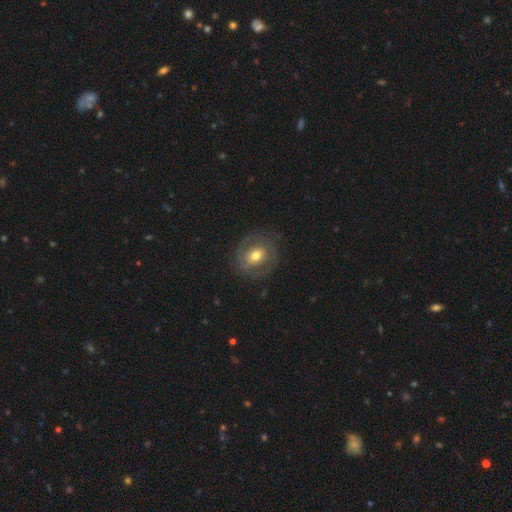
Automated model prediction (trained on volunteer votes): Morphology: type=featured or disk (55%); edge-on=no (95%); bar=no (43%); spiral arms=yes (52%); bulge=moderate (73%); merging=none (74%).